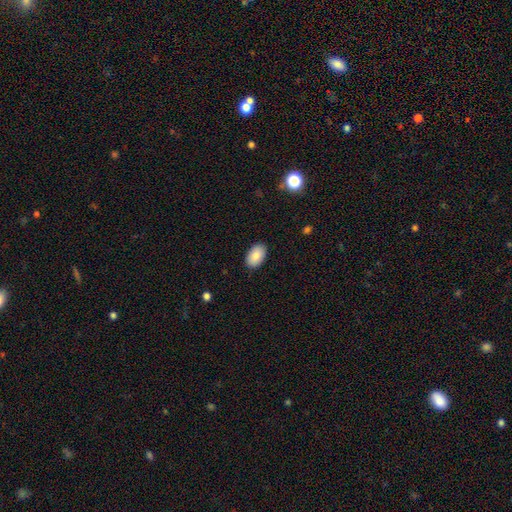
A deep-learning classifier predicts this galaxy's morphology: smooth 85%, featured or disk 8%, star or artifact 7%. Down the decision tree: how rounded — in between (93%); merging — none (88%).